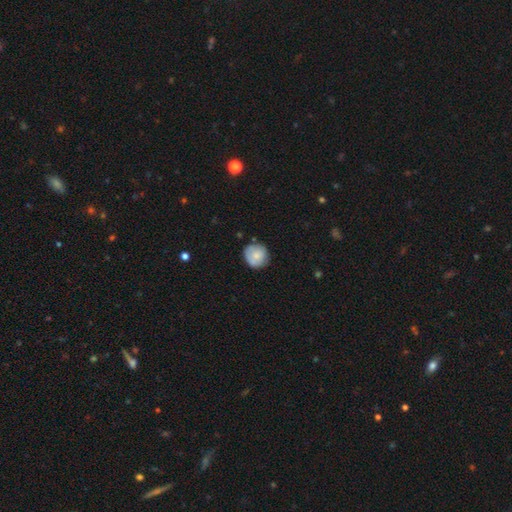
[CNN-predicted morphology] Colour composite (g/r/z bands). It shows a smooth galaxy with no disk features (73%) that is round (88%). Merging: none (71%).